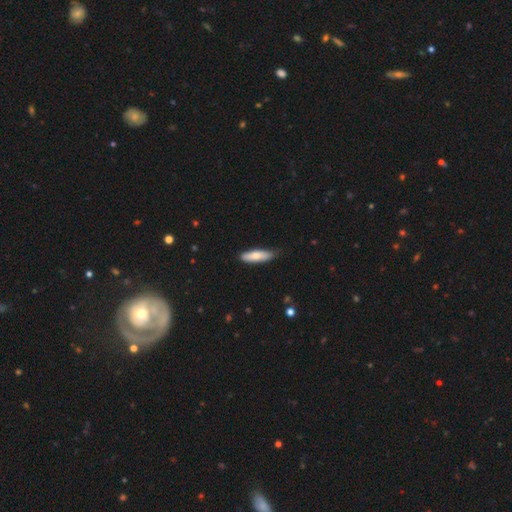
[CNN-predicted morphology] Q: Smooth or featured?
A: smooth (75%); runner-up: featured or disk (19%)
Q: How rounded?
A: cigar-shaped (61%); runner-up: in between (38%)
Q: Merging?
A: none (76%); runner-up: minor disturbance (20%)